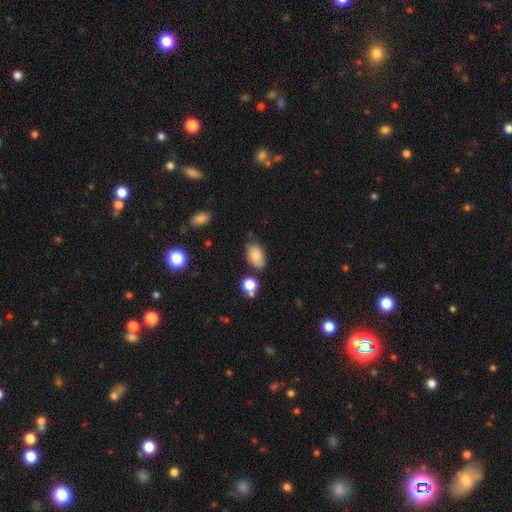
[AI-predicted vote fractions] Smooth or featured?
  - smooth: 75% *
  - featured or disk: 16%
  - star or artifact: 9%
How rounded?
  - in between: 87% *
  - round: 11%
  - cigar-shaped: 1%
Merging?
  - none: 64% *
  - minor disturbance: 26%
  - major disturbance: 5%
  - merger: 5%